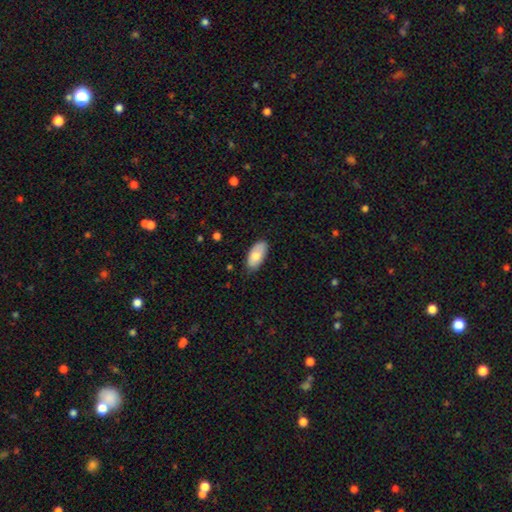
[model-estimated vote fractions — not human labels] A smooth galaxy with no disk features (78%) that is in between round and cigar-shaped (93%). Merging: none (79%).